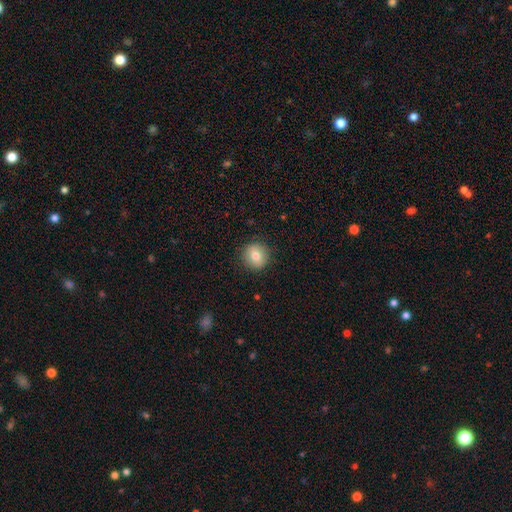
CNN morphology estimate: Smooth or featured? smooth (76%)
How rounded? round (91%)
Merging? none (89%)